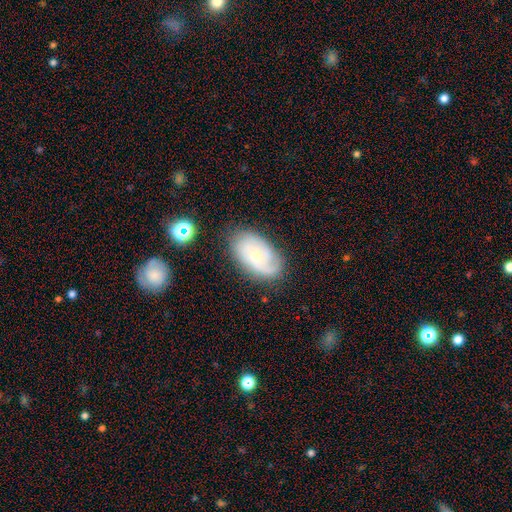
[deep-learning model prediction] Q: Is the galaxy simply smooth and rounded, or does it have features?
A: featured or disk — 64%.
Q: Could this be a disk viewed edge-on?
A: no — 95%.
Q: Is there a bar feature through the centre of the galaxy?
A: no — 78%.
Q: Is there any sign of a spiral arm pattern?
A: yes — 88%.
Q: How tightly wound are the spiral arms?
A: tight — 52%.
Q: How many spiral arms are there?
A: can't tell — 37%.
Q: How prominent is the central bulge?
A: small — 68%.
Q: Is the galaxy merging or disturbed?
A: none — 72%.